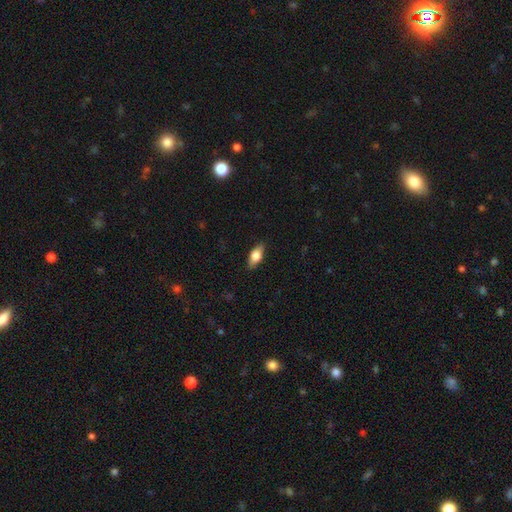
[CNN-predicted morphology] This is likely a smooth galaxy (64%). How rounded: likely in between (79%). Merging: clearly none (87%).